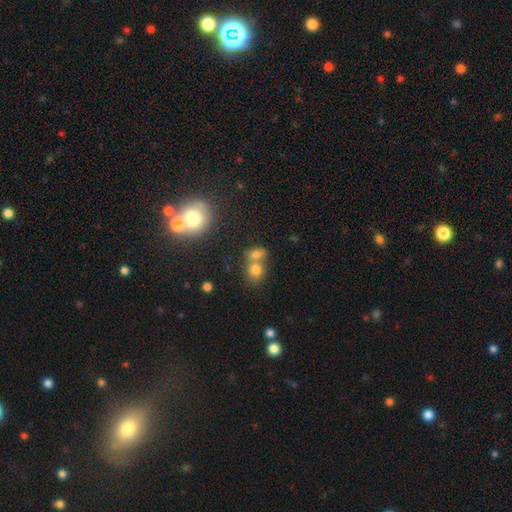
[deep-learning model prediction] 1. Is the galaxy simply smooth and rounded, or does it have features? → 69% smooth, 18% star or artifact, 13% featured or disk.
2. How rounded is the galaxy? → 66% round, 33% in between, 2% cigar-shaped.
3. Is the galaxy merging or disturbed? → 46% merger, 41% none, 8% minor disturbance, 4% major disturbance.